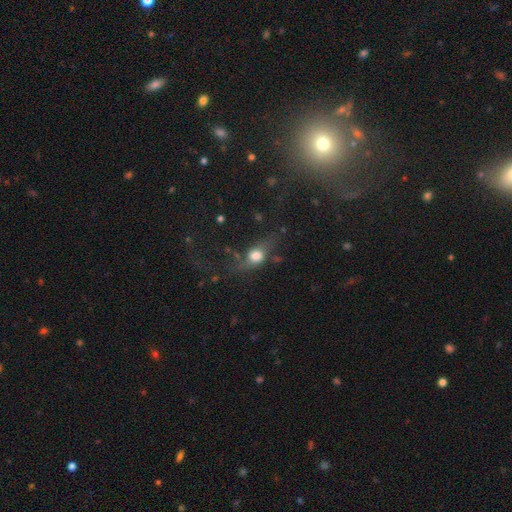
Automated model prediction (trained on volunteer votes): A smooth galaxy with no disk features (60%) that is in between round and cigar-shaped (46%).

Vote fractions:
- Smooth or featured? smooth: 60% / featured or disk: 26% / star or artifact: 14%
- How rounded? in between: 46% / round: 42% / cigar-shaped: 12%
- Merging? none: 49% / minor disturbance: 23% / major disturbance: 22% / merger: 5%